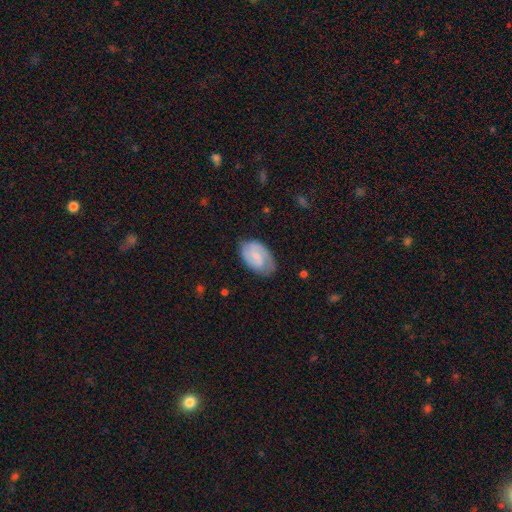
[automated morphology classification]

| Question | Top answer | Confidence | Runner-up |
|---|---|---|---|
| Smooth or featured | featured or disk | 53% | smooth (41%) |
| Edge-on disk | no | 96% | yes (4%) |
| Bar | weak | 49% | no (41%) |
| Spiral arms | yes | 86% | no (14%) |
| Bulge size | small | 53% | moderate (24%) |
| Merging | none | 69% | minor disturbance (24%) |